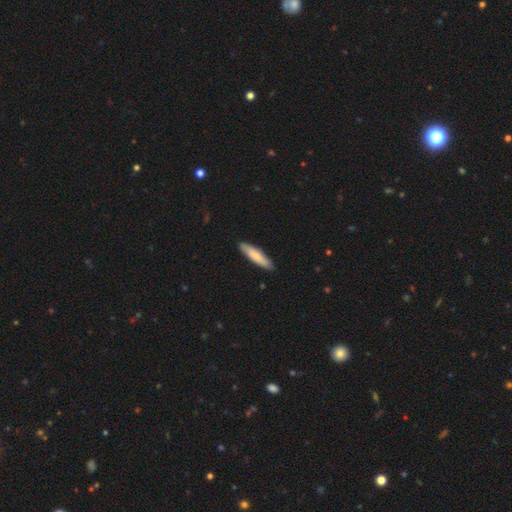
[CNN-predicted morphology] Smooth or featured: smooth — 79% (featured or disk — 16%)
How rounded: cigar-shaped — 79% (in between — 20%)
Merging: none — 88% (minor disturbance — 9%)